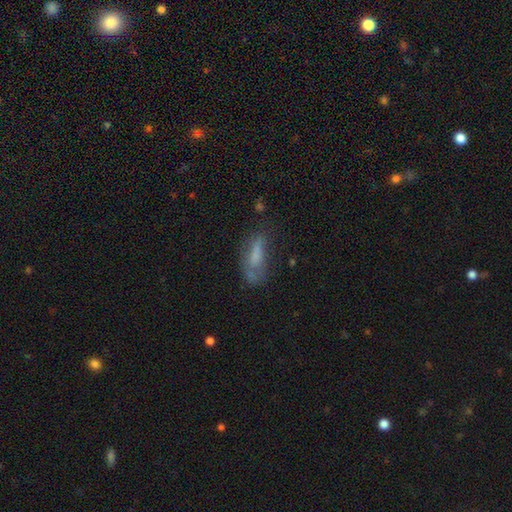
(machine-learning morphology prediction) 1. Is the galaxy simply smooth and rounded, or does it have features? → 57% smooth, 30% featured or disk, 13% star or artifact.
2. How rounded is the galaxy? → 59% in between, 39% cigar-shaped, 3% round.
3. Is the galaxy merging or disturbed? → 45% none, 27% minor disturbance, 22% major disturbance, 5% merger.